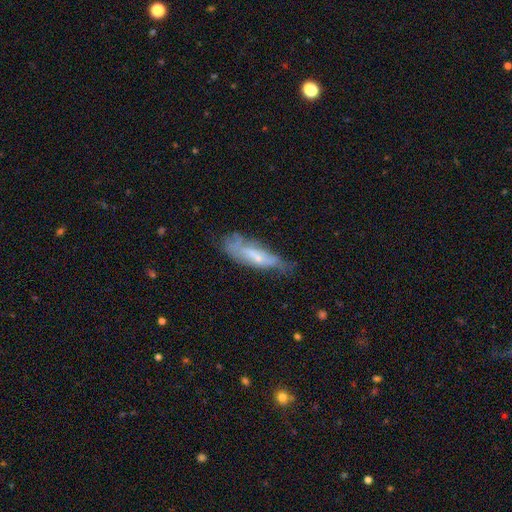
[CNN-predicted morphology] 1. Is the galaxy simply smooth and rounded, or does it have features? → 47% featured or disk, 45% smooth, 8% star or artifact.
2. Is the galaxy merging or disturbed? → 42% none, 34% minor disturbance, 20% major disturbance, 5% merger.